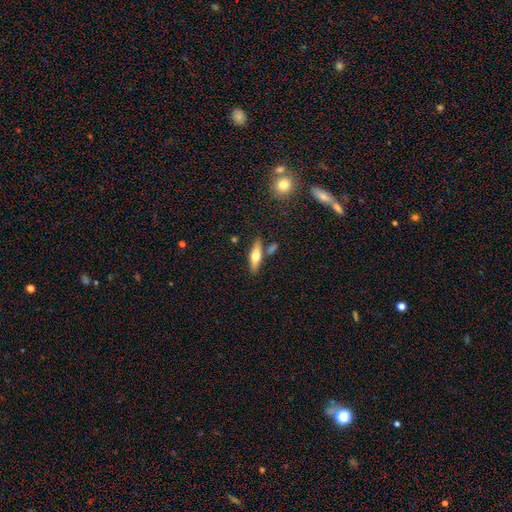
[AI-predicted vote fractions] This is possibly a featured or disk galaxy (48%). Merging: likely none (78%).